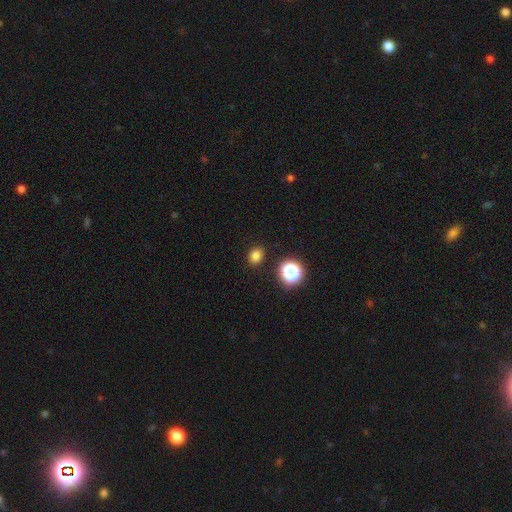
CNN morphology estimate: Smooth or featured: smooth — 79% (star or artifact — 16%)
How rounded: round — 58% (in between — 41%)
Merging: none — 89% (minor disturbance — 7%)